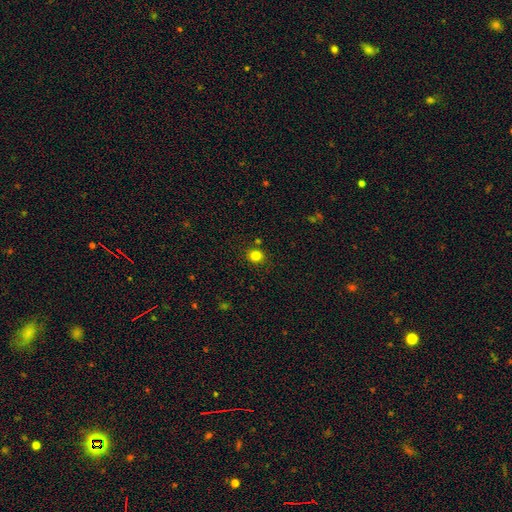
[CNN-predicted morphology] smooth-or-featured: smooth: 82% | star or artifact: 13% | featured or disk: 5%
  how-rounded: round: 83% | in between: 16% | cigar-shaped: 1%
  merging: none: 85% | minor disturbance: 9% | merger: 4% | major disturbance: 2%